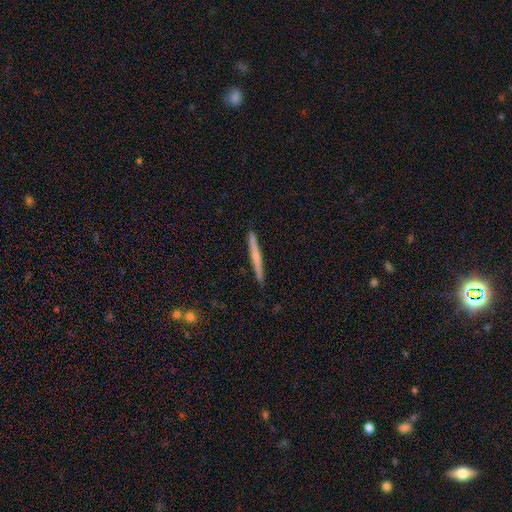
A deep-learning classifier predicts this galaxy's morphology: Smooth or featured?
  - featured or disk: 52% *
  - smooth: 42%
  - star or artifact: 6%
Edge-on disk?
  - yes: 98% *
  - no: 2%
Edge-on bulge?
  - none: 57% *
  - rounded: 37%
  - boxy: 7%
Merging?
  - none: 92% *
  - minor disturbance: 6%
  - major disturbance: 1%
  - merger: 1%